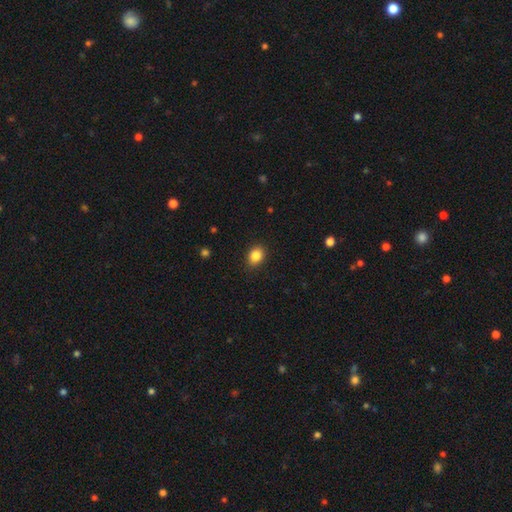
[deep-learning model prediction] Q: Smooth or featured?
A: smooth (86%); runner-up: star or artifact (9%)
Q: How rounded?
A: in between (65%); runner-up: round (34%)
Q: Merging?
A: none (88%); runner-up: minor disturbance (9%)